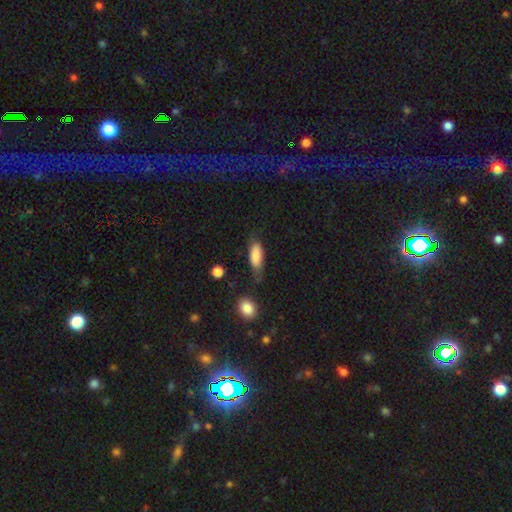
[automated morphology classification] type=smooth (82%); roundness=in between (74%); merging=none (56%).